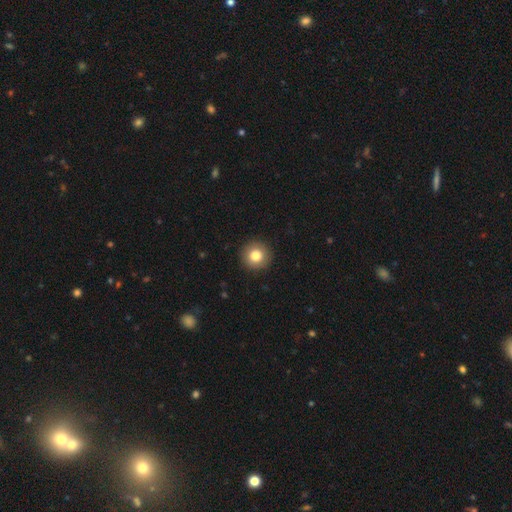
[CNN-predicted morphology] Q: Smooth or featured?
A: smooth (81%); runner-up: star or artifact (10%)
Q: How rounded?
A: round (95%); runner-up: in between (4%)
Q: Merging?
A: none (92%); runner-up: minor disturbance (5%)